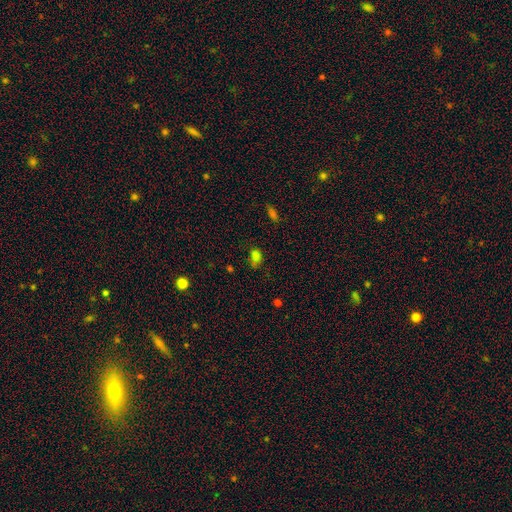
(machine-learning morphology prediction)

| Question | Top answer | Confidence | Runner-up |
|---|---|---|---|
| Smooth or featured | smooth | 72% | star or artifact (20%) |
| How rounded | in between | 76% | round (21%) |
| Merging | none | 47% | minor disturbance (30%) |